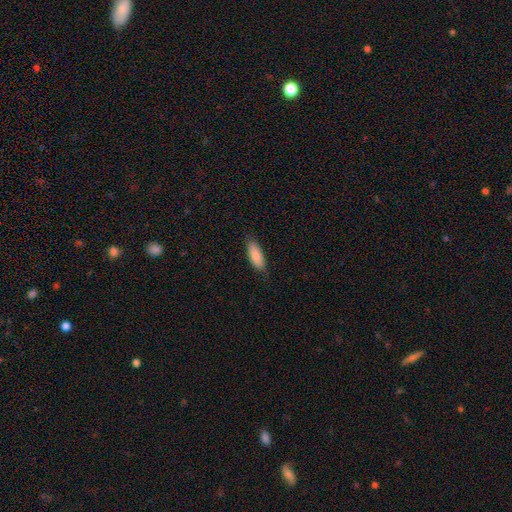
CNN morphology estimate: Q: Smooth or featured?
A: smooth (86%); runner-up: featured or disk (8%)
Q: How rounded?
A: in between (70%); runner-up: cigar-shaped (28%)
Q: Merging?
A: none (83%); runner-up: minor disturbance (14%)